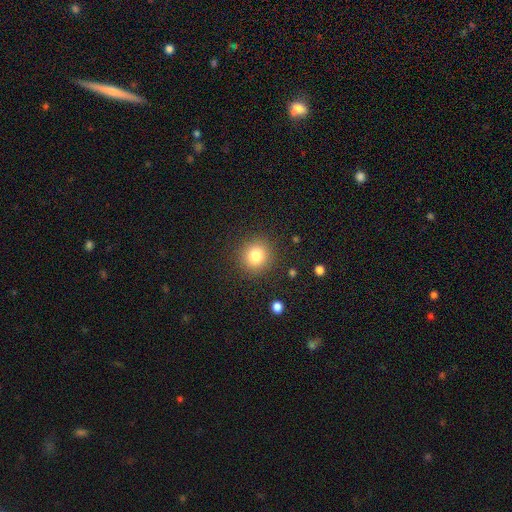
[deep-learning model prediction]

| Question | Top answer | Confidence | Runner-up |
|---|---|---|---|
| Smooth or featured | smooth | 80% | star or artifact (12%) |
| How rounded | round | 88% | in between (11%) |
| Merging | none | 89% | minor disturbance (7%) |